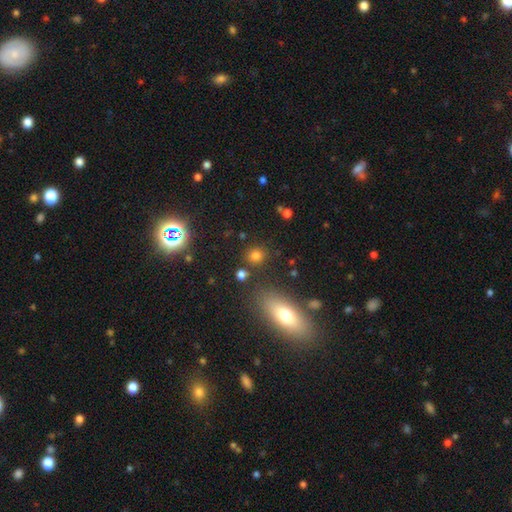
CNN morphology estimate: smooth-or-featured: smooth: 77% | star or artifact: 16% | featured or disk: 7%
  how-rounded: round: 79% | in between: 20% | cigar-shaped: 2%
  merging: none: 83% | minor disturbance: 8% | merger: 5% | major disturbance: 4%